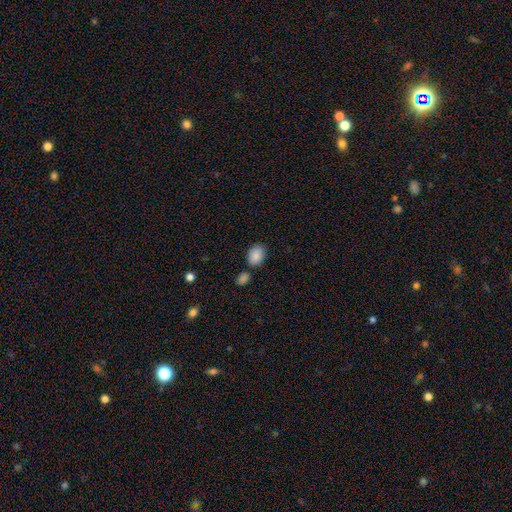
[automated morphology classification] A smooth galaxy with no disk features (88%) that is in between round and cigar-shaped (79%).

Vote fractions:
- Smooth or featured? smooth: 88% / star or artifact: 7% / featured or disk: 5%
- How rounded? in between: 79% / round: 20% / cigar-shaped: 1%
- Merging? none: 73% / minor disturbance: 13% / merger: 11% / major disturbance: 3%